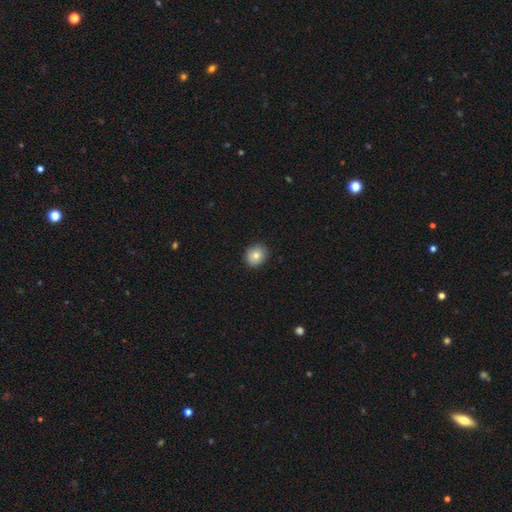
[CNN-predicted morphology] A smooth galaxy with no disk features (79%) that is round (72%). Merging: none (86%).